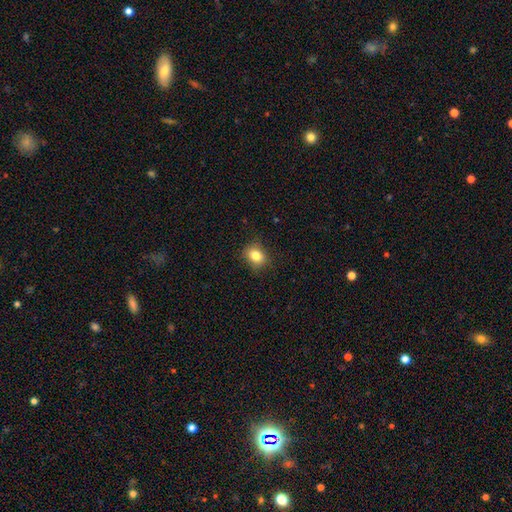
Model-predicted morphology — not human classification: This appears to be a smooth galaxy with no disk features (82%) that is round (57%). Merging: none (83%).